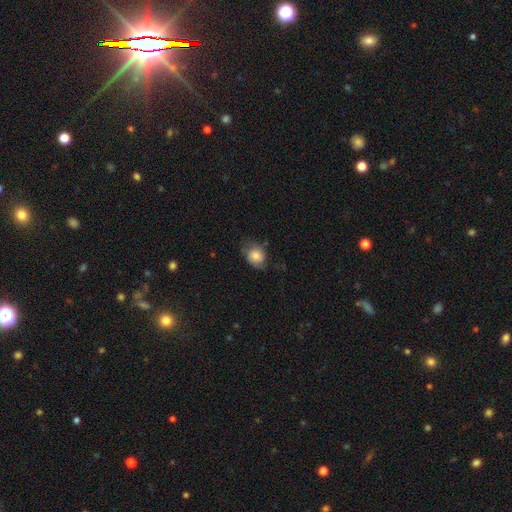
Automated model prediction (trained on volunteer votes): Smooth or featured: smooth — 78% (featured or disk — 14%)
How rounded: in between — 54% (round — 45%)
Merging: none — 55% (minor disturbance — 32%)